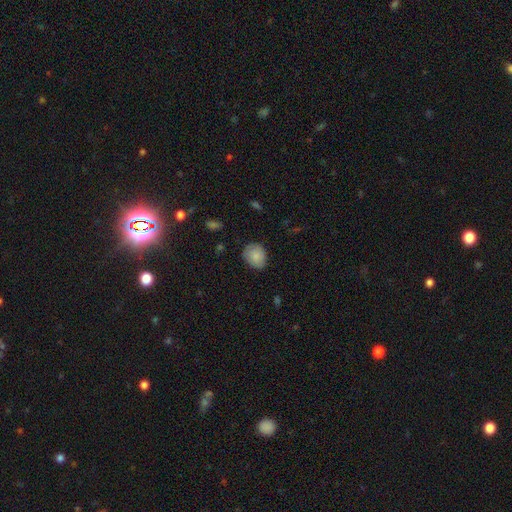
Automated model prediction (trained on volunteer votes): Overall: smooth (85%). How rounded: round (54%; in between 45%). Merging: none (75%).